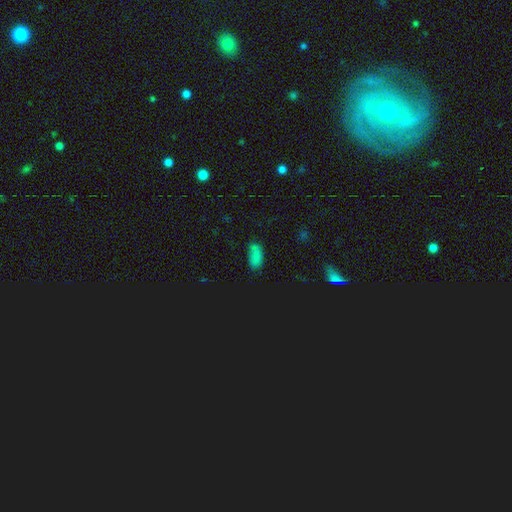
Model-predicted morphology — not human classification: smooth-or-featured: smooth: 71% | star or artifact: 22% | featured or disk: 7%
  how-rounded: in between: 89% | cigar-shaped: 6% | round: 4%
  merging: none: 57% | minor disturbance: 26% | major disturbance: 10% | merger: 7%